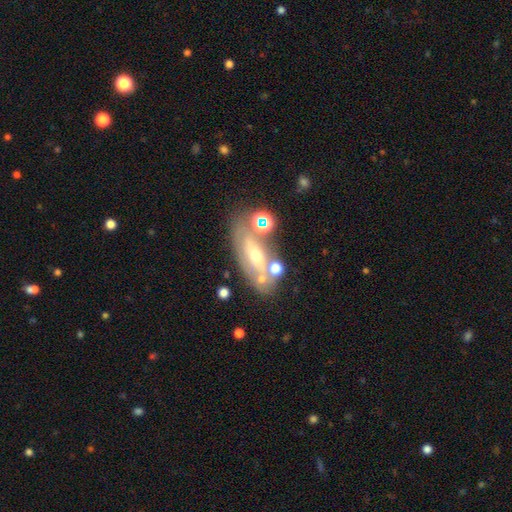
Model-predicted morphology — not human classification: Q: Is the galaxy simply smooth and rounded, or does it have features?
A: featured or disk — 56%.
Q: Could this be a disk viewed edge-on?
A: no — 77%.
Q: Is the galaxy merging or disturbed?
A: none — 58%.